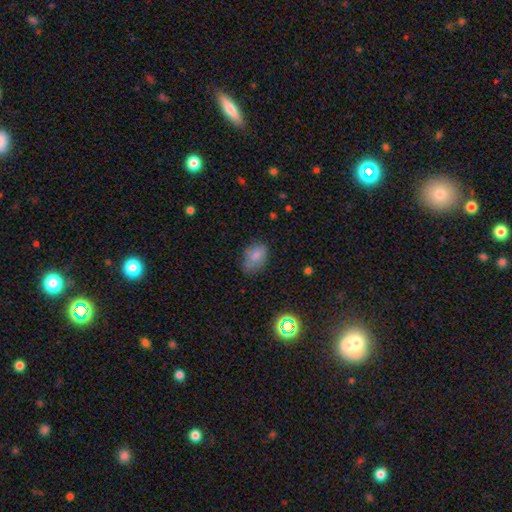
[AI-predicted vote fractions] smooth-or-featured: smooth: 74% | featured or disk: 16% | star or artifact: 11%
  how-rounded: in between: 84% | round: 15% | cigar-shaped: 1%
  merging: none: 63% | minor disturbance: 27% | major disturbance: 8% | merger: 2%